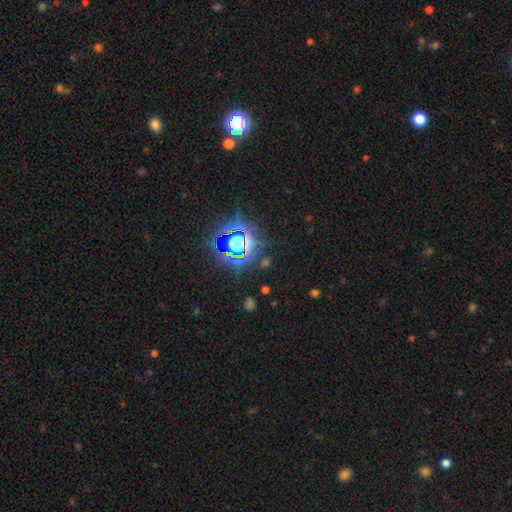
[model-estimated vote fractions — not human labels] A star or artifact, not a galaxy (81%).

Vote fractions:
- Smooth or featured? star or artifact: 81% / smooth: 12% / featured or disk: 7%